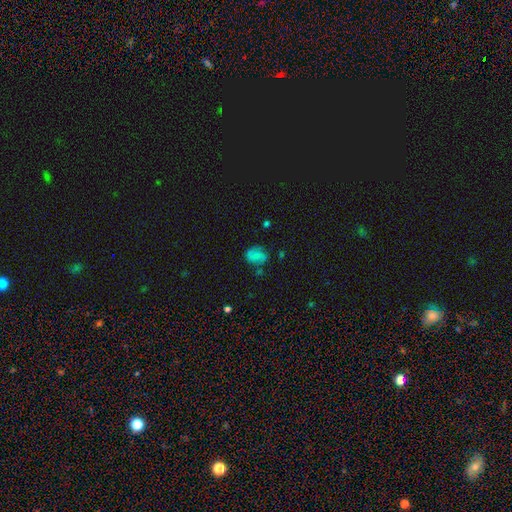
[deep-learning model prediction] smooth 56%, featured or disk 31%, star or artifact 13%. Down the decision tree: how rounded — in between (59%); merging — none (59%).